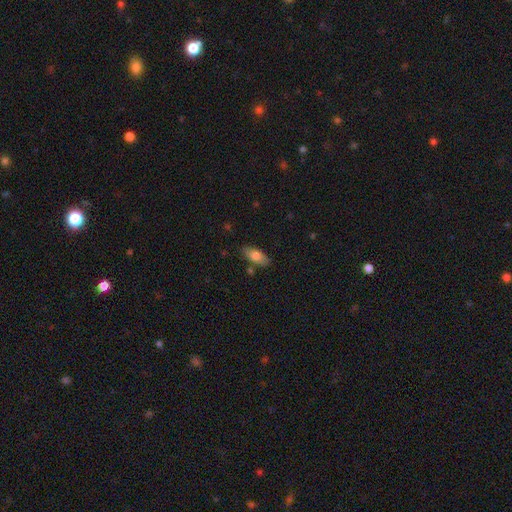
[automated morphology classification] A smooth galaxy with no disk features (76%) that is in between round and cigar-shaped (85%).

Vote fractions:
- Smooth or featured? smooth: 76% / featured or disk: 18% / star or artifact: 7%
- How rounded? in between: 85% / cigar-shaped: 12% / round: 3%
- Merging? none: 79% / minor disturbance: 14% / merger: 4% / major disturbance: 3%